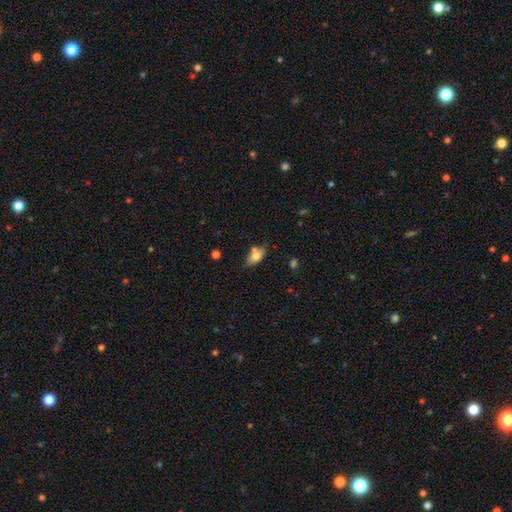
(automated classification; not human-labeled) This appears to be a smooth galaxy with no disk features (74%) that is in between round and cigar-shaped (88%). Merging: none (62%).